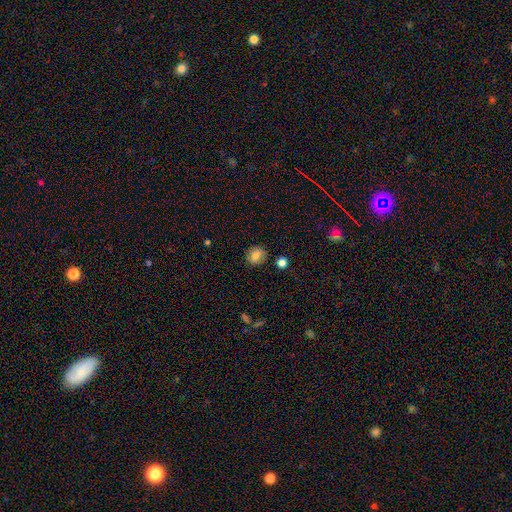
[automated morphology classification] Q: Smooth or featured?
A: smooth (78%); runner-up: featured or disk (12%)
Q: How rounded?
A: round (69%); runner-up: in between (29%)
Q: Merging?
A: none (84%); runner-up: minor disturbance (11%)